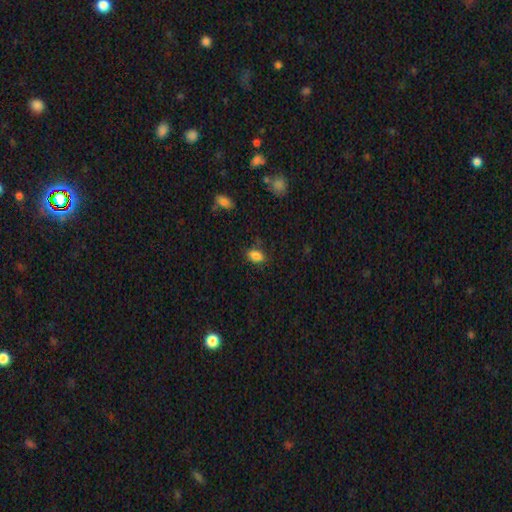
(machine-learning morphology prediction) Smooth or featured: smooth — 83% (star or artifact — 10%)
How rounded: in between — 84% (round — 12%)
Merging: none — 76% (minor disturbance — 17%)